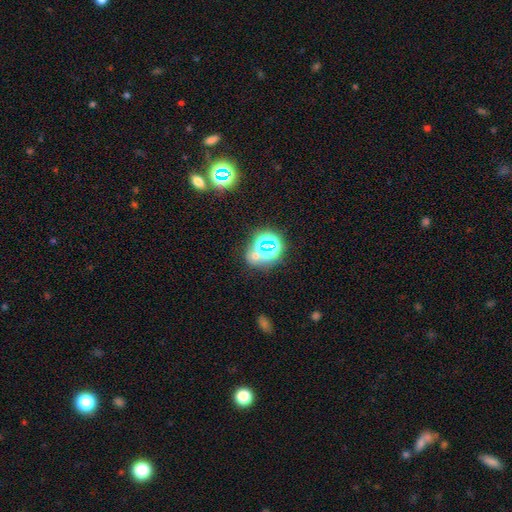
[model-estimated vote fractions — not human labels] Smooth or featured? star or artifact (57%)